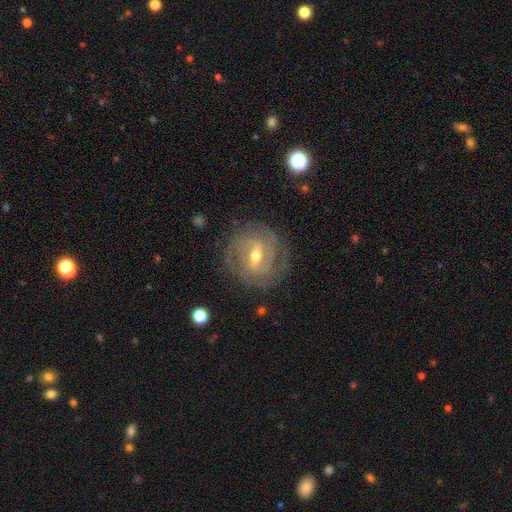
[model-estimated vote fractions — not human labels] A featured or disk galaxy (88%) with a weak bar (45%), 2 (31%) tight (66%) spiral arms (94%) and a moderate central bulge (63%). Merging: none (79%).